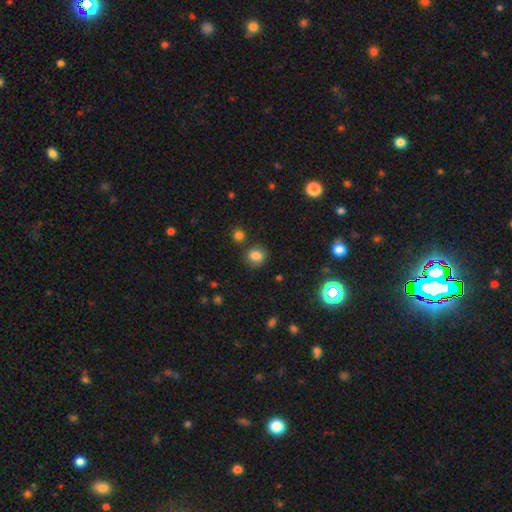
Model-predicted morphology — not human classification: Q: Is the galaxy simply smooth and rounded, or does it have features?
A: smooth — 78%.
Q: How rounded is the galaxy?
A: round — 67%.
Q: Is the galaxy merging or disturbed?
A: none — 73%.